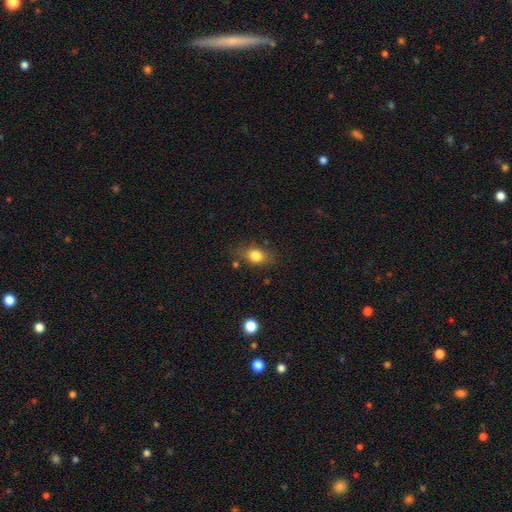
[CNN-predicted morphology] smooth 80%, featured or disk 10%, star or artifact 10%. Down the decision tree: how rounded — in between (68%); merging — none (73%).